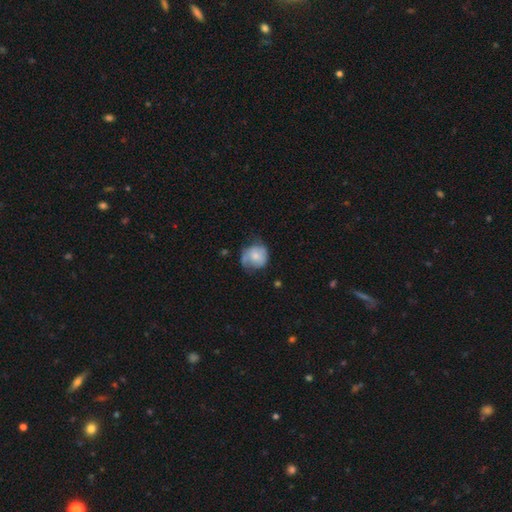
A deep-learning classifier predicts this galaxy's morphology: Smooth or featured? smooth (62%)
How rounded? round (78%)
Merging? none (47%)